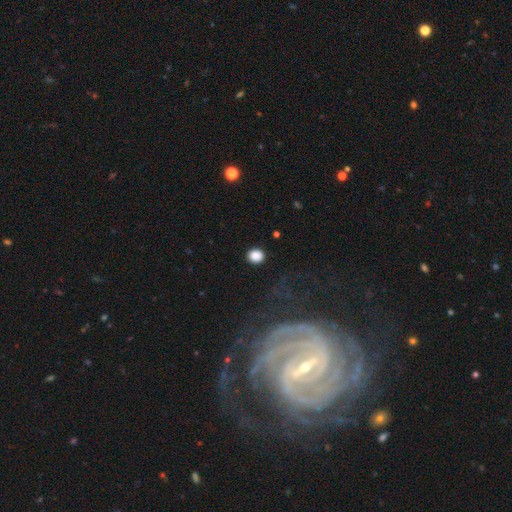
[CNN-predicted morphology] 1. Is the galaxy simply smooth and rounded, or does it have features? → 86% smooth, 11% star or artifact, 3% featured or disk.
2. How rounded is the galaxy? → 83% round, 16% in between, 1% cigar-shaped.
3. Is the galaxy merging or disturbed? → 90% none, 7% minor disturbance, 2% major disturbance, 1% merger.